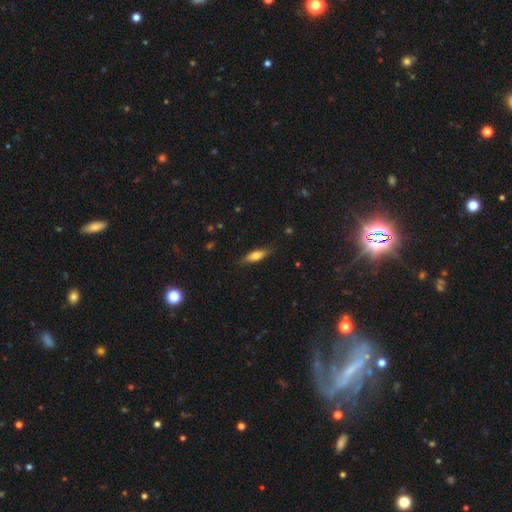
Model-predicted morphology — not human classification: A smooth galaxy with no disk features (63%) that is cigar-shaped (53%). Merging: none (83%).